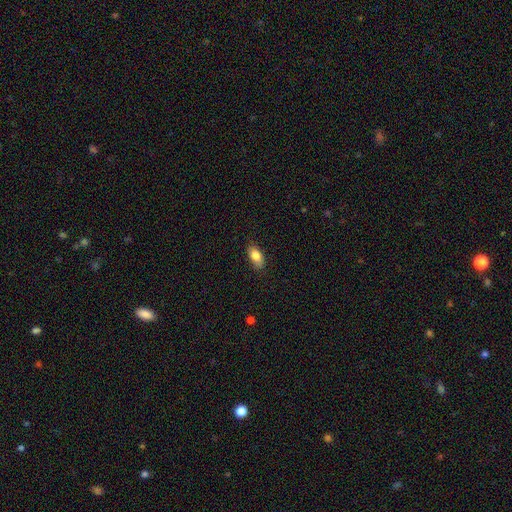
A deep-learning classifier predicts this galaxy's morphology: smooth_or_featured: smooth (p=0.82) [alt: featured or disk p=0.11]
how_rounded: in between (p=0.88) [alt: cigar-shaped p=0.08]
merging: none (p=0.81) [alt: minor disturbance p=0.15]